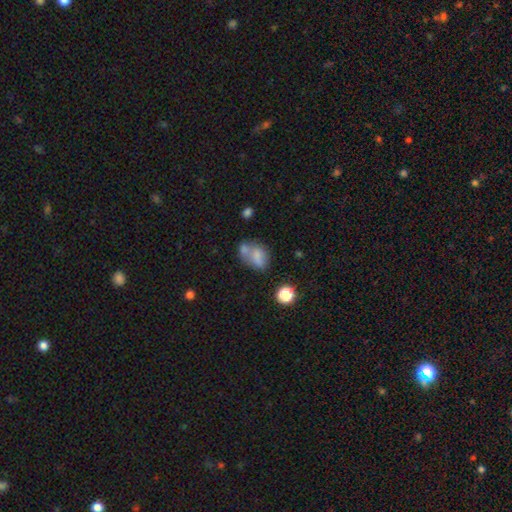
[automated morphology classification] This is likely a smooth galaxy (69%). How rounded: likely in between (72%). Merging: possibly merger (46%).